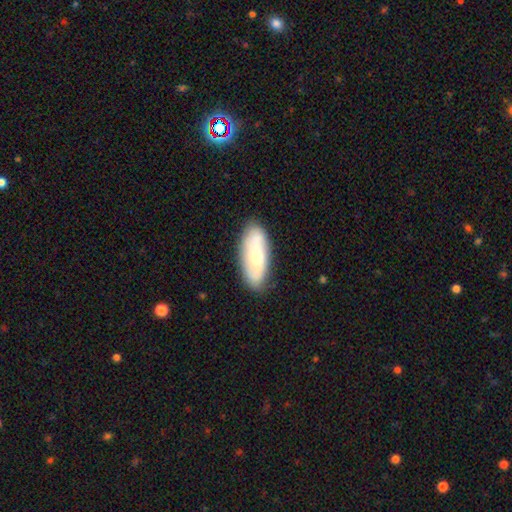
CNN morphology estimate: Overall: smooth (61%; featured or disk 33%). How rounded: in between (81%). Merging: none (83%).